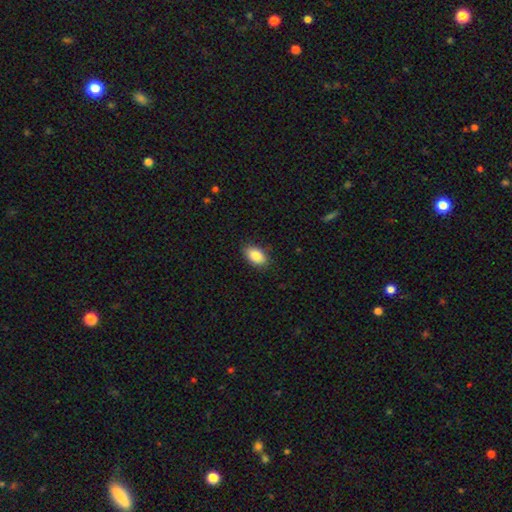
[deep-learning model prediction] Smooth or featured? smooth (86%)
How rounded? in between (91%)
Merging? none (87%)